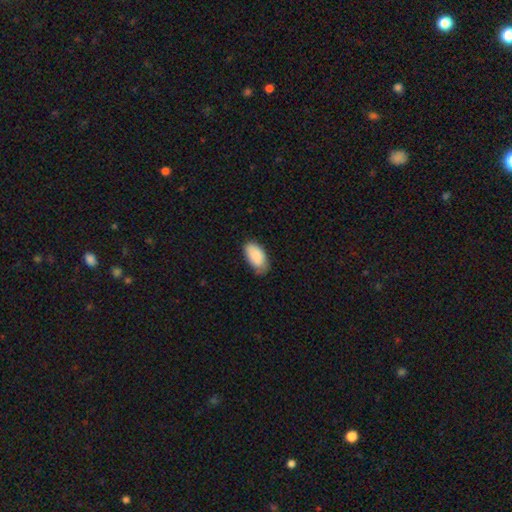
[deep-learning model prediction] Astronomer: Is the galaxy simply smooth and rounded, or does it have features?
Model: smooth — 89%.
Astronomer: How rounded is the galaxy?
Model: in between — 95%.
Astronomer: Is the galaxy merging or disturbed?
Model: none — 68%.